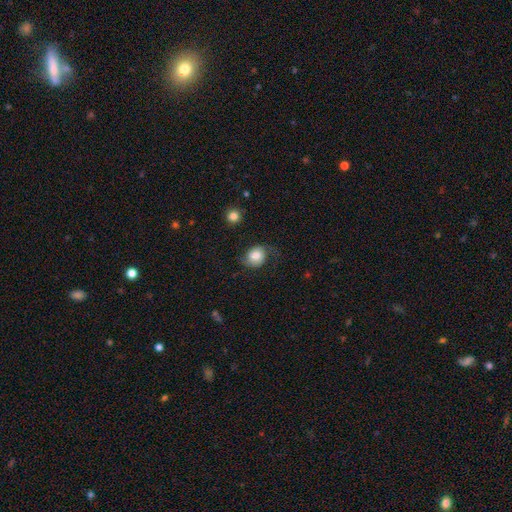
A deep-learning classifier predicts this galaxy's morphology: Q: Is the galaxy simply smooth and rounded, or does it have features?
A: smooth — 73%.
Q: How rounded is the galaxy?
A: round — 57%.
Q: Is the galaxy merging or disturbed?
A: none — 55%.